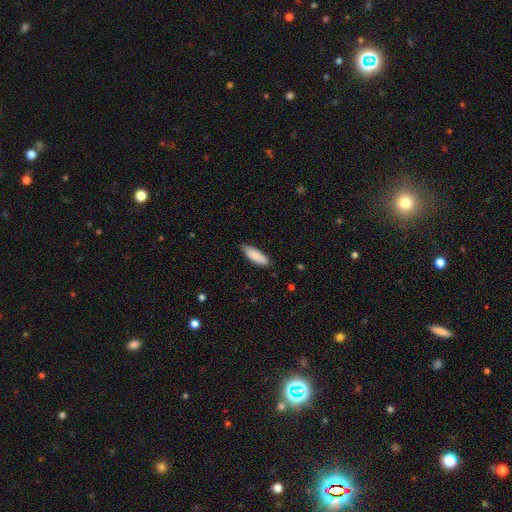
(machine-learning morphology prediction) A smooth galaxy with no disk features (88%) that is in between round and cigar-shaped (67%).

Vote fractions:
- Smooth or featured? smooth: 88% / featured or disk: 6% / star or artifact: 6%
- How rounded? in between: 67% / cigar-shaped: 31% / round: 1%
- Merging? none: 82% / minor disturbance: 15% / major disturbance: 2% / merger: 1%